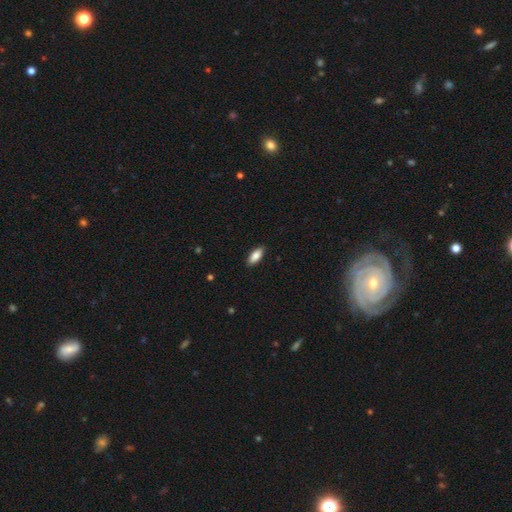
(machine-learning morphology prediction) Q: Smooth or featured?
A: smooth (86%); runner-up: featured or disk (8%)
Q: How rounded?
A: in between (82%); runner-up: cigar-shaped (16%)
Q: Merging?
A: none (89%); runner-up: minor disturbance (8%)